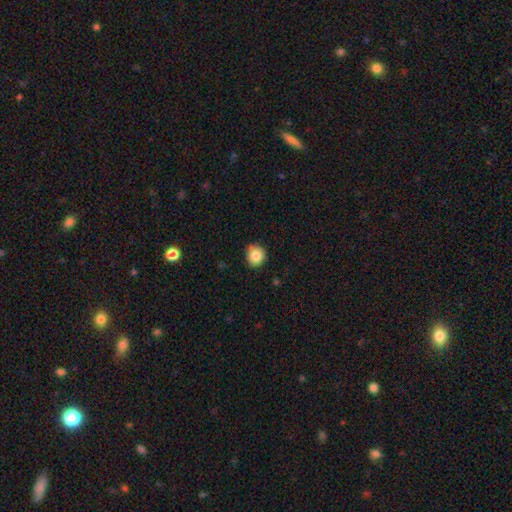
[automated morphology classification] smooth-or-featured: smooth: 83% | star or artifact: 10% | featured or disk: 7%
  how-rounded: round: 85% | in between: 14% | cigar-shaped: 1%
  merging: none: 83% | minor disturbance: 14% | major disturbance: 2% | merger: 1%